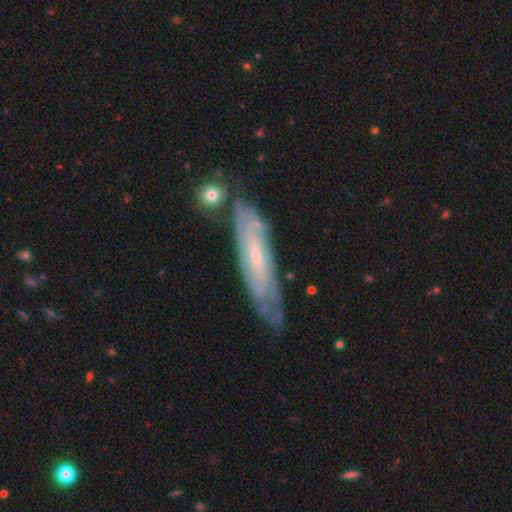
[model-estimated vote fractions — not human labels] Overall: featured or disk (73%). Edge-on disk: no (67%; yes 33%). Merging: none (68%).